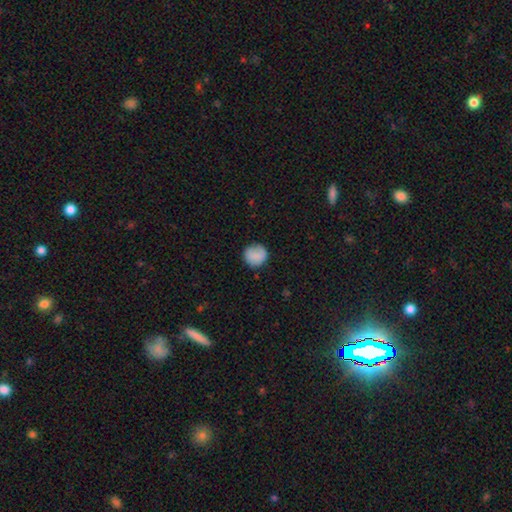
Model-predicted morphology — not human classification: smooth 84%, featured or disk 9%, star or artifact 7%. Down the decision tree: how rounded — round (91%); merging — none (82%).